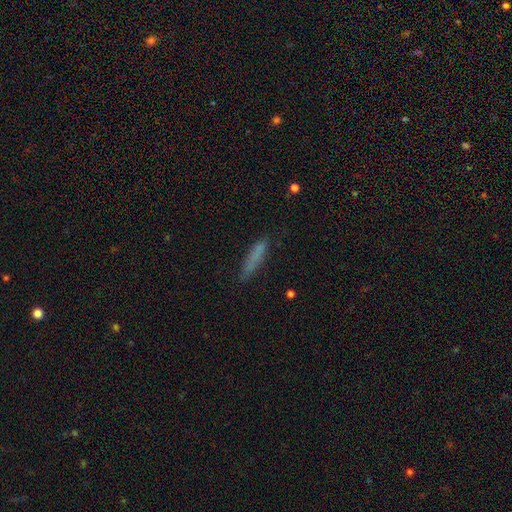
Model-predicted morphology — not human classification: A smooth galaxy with no disk features (75%) that is cigar-shaped (87%). Merging: none (76%).